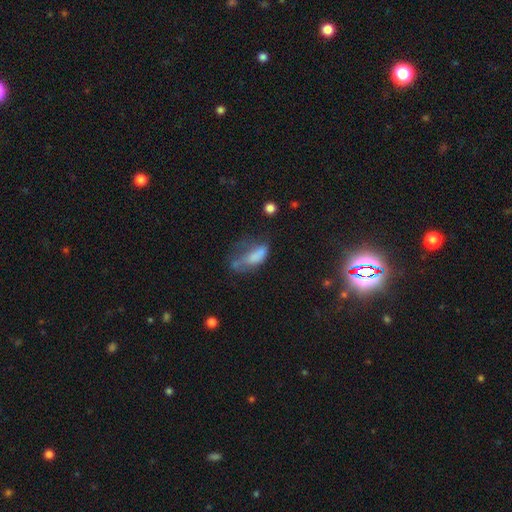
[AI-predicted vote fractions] Smooth or featured? Predicted: smooth (p=0.64). How rounded? Predicted: in between (p=0.80). Merging? Predicted: major disturbance (p=0.45).